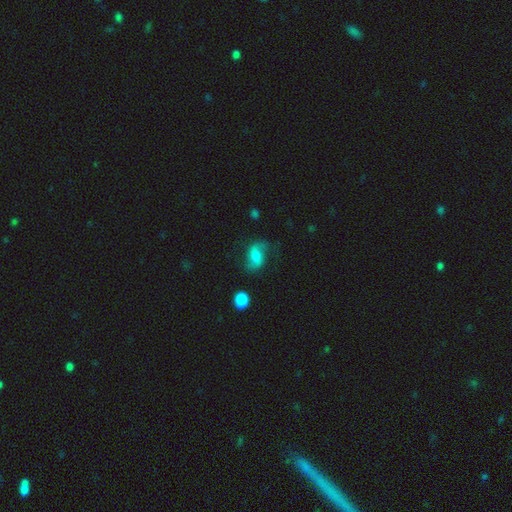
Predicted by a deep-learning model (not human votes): This appears to be a featured or disk galaxy (53%) with a weak bar (43%), spiral arms (86%) and a moderate central bulge (56%). Merging: none (63%).